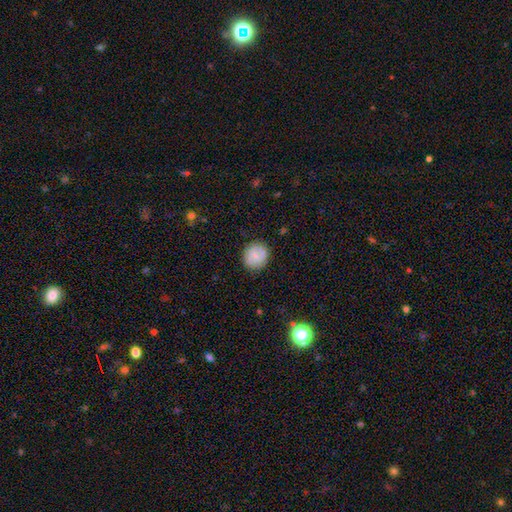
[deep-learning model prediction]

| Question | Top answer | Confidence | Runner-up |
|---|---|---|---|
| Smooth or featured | smooth | 71% | featured or disk (21%) |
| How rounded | round | 84% | in between (15%) |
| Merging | none | 87% | minor disturbance (10%) |